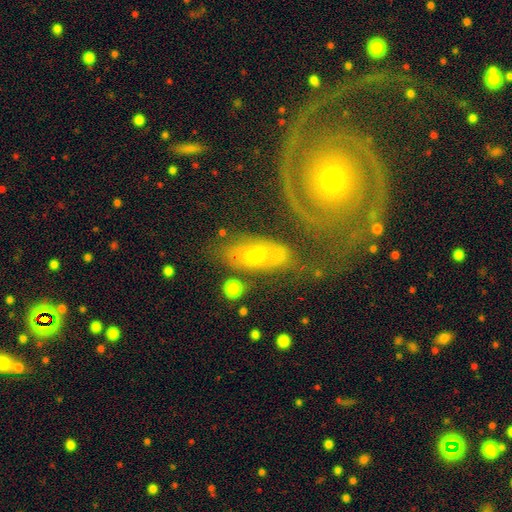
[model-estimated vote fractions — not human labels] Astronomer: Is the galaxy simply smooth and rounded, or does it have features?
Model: featured or disk — 60%.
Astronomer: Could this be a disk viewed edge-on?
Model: no — 89%.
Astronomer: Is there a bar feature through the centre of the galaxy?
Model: weak — 42% (runner-up: no, 40%).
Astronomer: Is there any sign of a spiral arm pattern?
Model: yes — 71%.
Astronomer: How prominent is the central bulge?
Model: moderate — 50% (runner-up: small, 43%).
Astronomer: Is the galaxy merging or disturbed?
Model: none — 59%.